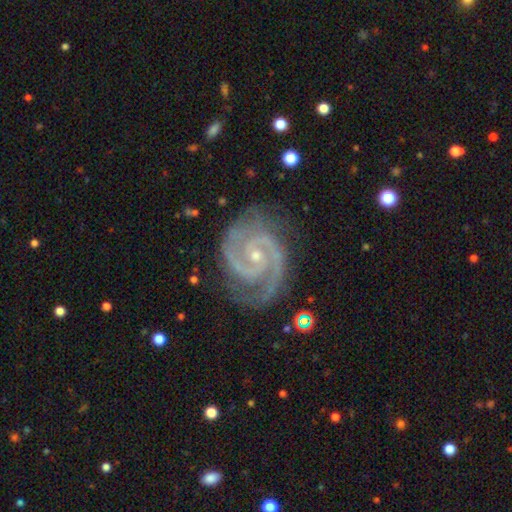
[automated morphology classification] Smooth or featured: featured or disk — 94% (star or artifact — 4%)
Edge-on disk: no — 98% (yes — 2%)
Bar: no — 55% (weak — 33%)
Spiral arms: yes — 99% (no — 1%)
Spiral winding: tight — 53% (medium — 42%)
Spiral arm count: 2 — 88% (3 — 6%)
Bulge size: small — 73% (moderate — 23%)
Merging: none — 78% (minor disturbance — 16%)